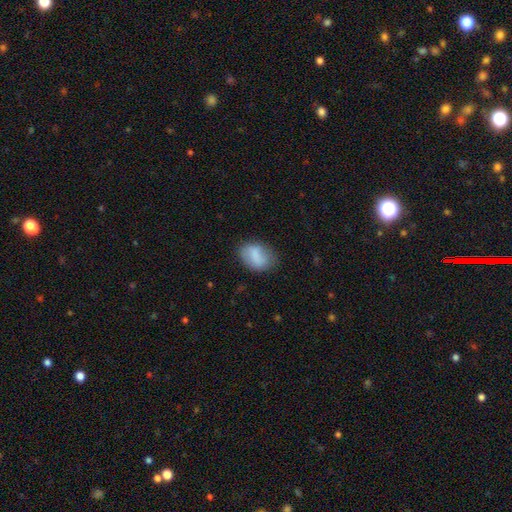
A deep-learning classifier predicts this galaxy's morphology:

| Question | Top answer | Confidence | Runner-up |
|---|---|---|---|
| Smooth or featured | smooth | 77% | featured or disk (15%) |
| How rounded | in between | 74% | round (24%) |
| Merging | none | 68% | minor disturbance (23%) |